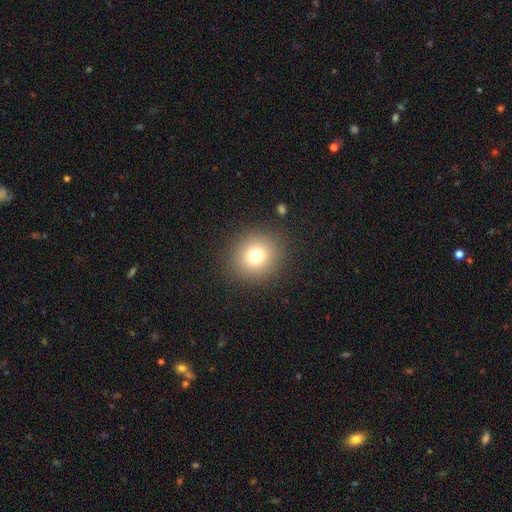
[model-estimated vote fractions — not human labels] This appears to be a smooth galaxy with no disk features (76%) that is round (89%). Merging: none (89%).